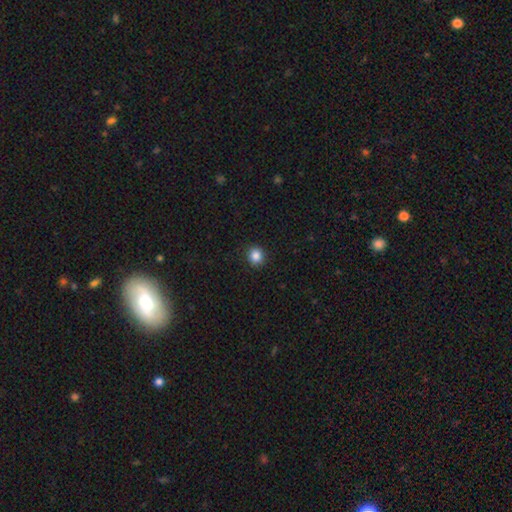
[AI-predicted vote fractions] A smooth galaxy with no disk features (86%) that is round (84%).

Vote fractions:
- Smooth or featured? smooth: 86% / star or artifact: 10% / featured or disk: 4%
- How rounded? round: 84% / in between: 15% / cigar-shaped: 1%
- Merging? none: 91% / minor disturbance: 6% / major disturbance: 2% / merger: 1%